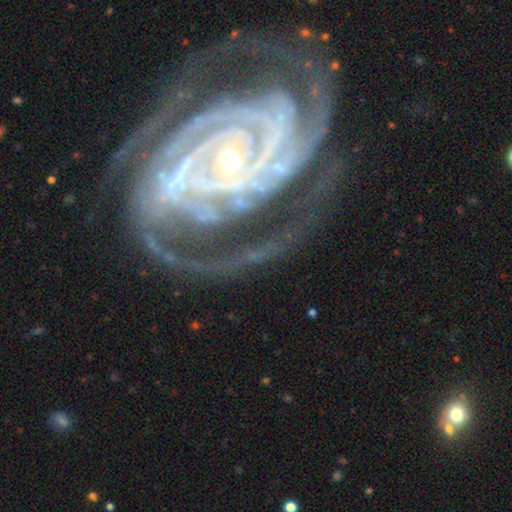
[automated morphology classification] This is clearly a featured or disk galaxy (91%). It is clearly not viewed edge-on (97%). Bar: possibly no (59%). Spiral arm pattern: clearly yes (98%). Spiral arm count: marginally 3 (24%). Spiral winding: likely tight (75%). Central bulge: likely small (69%). Merging: likely none (66%).